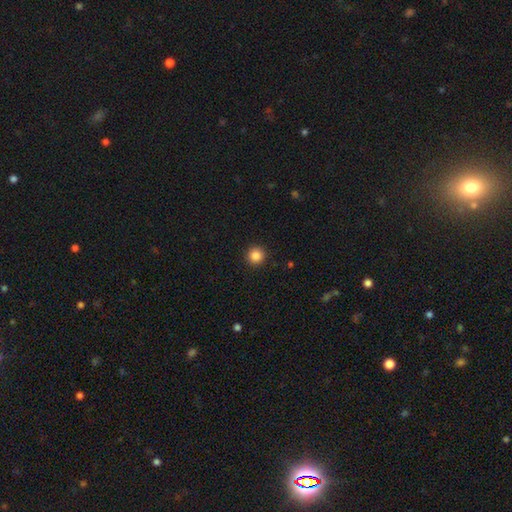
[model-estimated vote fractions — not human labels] Smooth or featured? Predicted: smooth (p=0.86). How rounded? Predicted: round (p=0.95). Merging? Predicted: none (p=0.93).